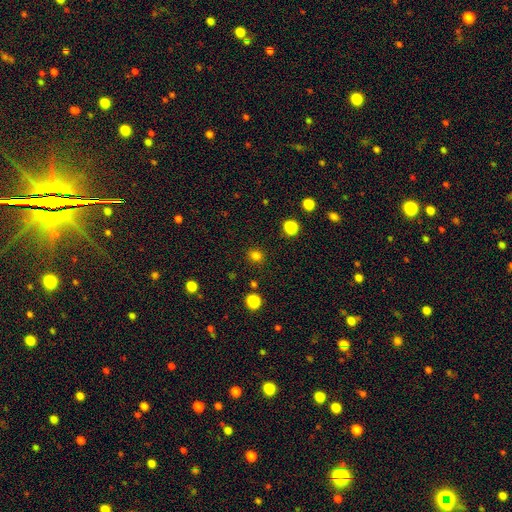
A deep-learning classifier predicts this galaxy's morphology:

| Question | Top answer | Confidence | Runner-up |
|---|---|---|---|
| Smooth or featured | smooth | 80% | star or artifact (16%) |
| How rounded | round | 80% | in between (19%) |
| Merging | none | 88% | minor disturbance (7%) |